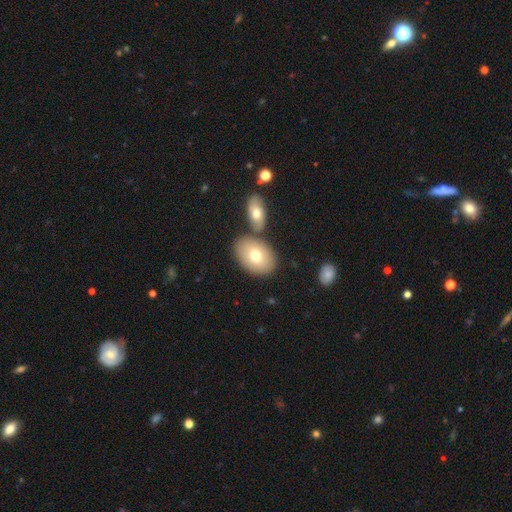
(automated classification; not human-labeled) The model was most divided on "merging": none: 67%, merger: 19%, minor disturbance: 11%, major disturbance: 3%. More confident: how rounded — in between (84%); smooth or featured — smooth (72%).